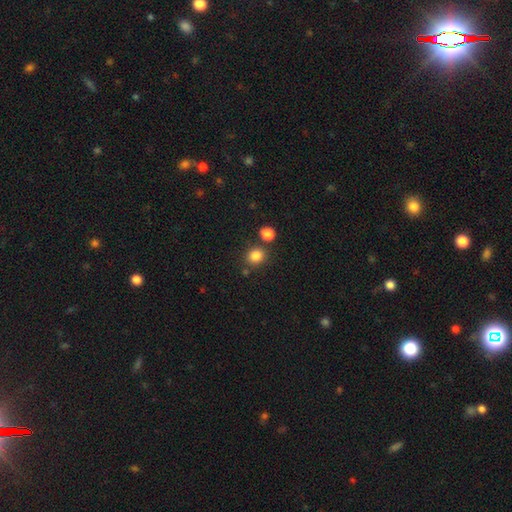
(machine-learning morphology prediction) type=smooth (84%); roundness=round (74%); merging=none (74%).